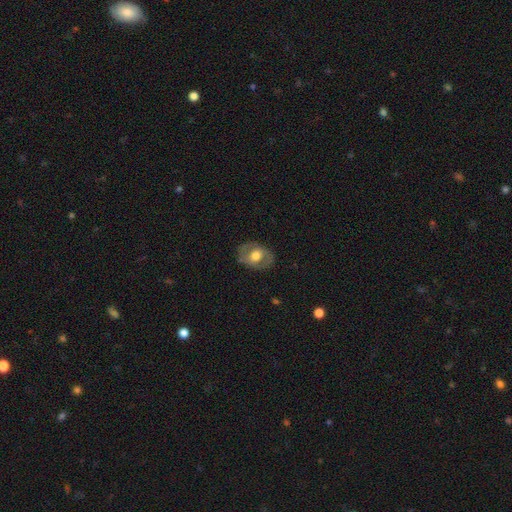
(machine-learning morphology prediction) Q: Smooth or featured?
A: featured or disk (52%); runner-up: smooth (42%)
Q: Edge-on disk?
A: no (93%); runner-up: yes (7%)
Q: Merging?
A: none (79%); runner-up: minor disturbance (14%)